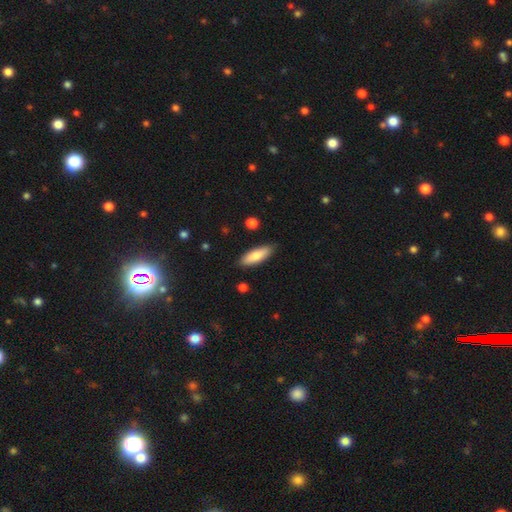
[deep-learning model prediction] Smooth or featured? smooth (79%)
How rounded? in between (59%)
Merging? none (87%)